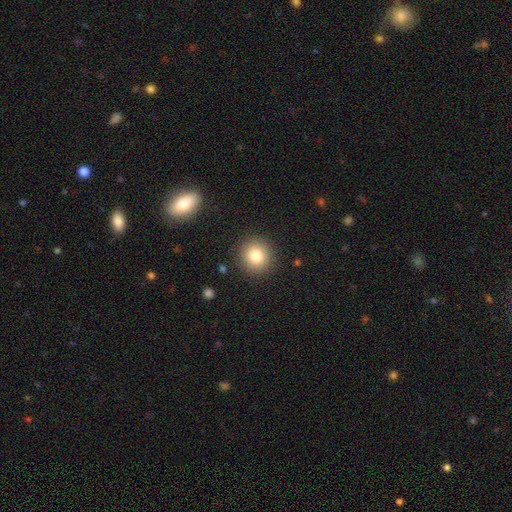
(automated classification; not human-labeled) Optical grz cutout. It shows a smooth galaxy with no disk features (82%) that is round (90%). Merging: none (90%).